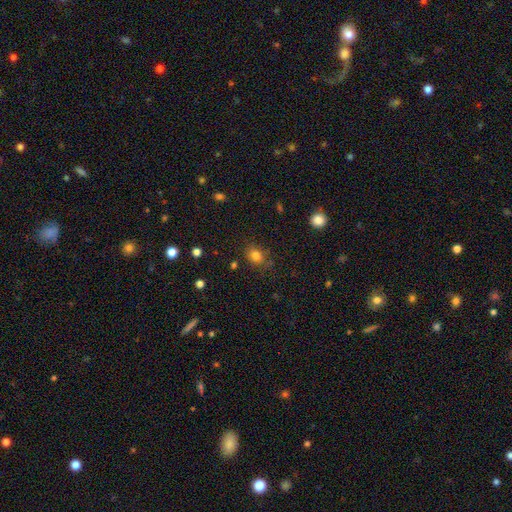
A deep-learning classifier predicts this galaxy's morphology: A smooth galaxy with no disk features (80%) that is round (55%).

Vote fractions:
- Smooth or featured? smooth: 80% / star or artifact: 13% / featured or disk: 6%
- How rounded? round: 55% / in between: 44% / cigar-shaped: 1%
- Merging? none: 77% / minor disturbance: 16% / major disturbance: 5% / merger: 2%